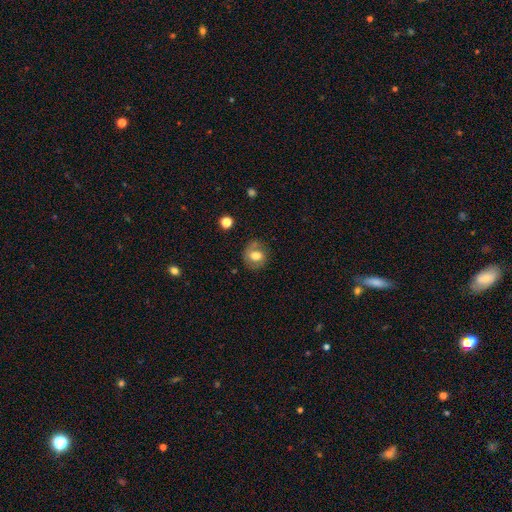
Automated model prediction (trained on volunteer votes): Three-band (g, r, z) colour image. It shows a smooth galaxy with no disk features (68%) that is round (73%). Merging: none (68%).